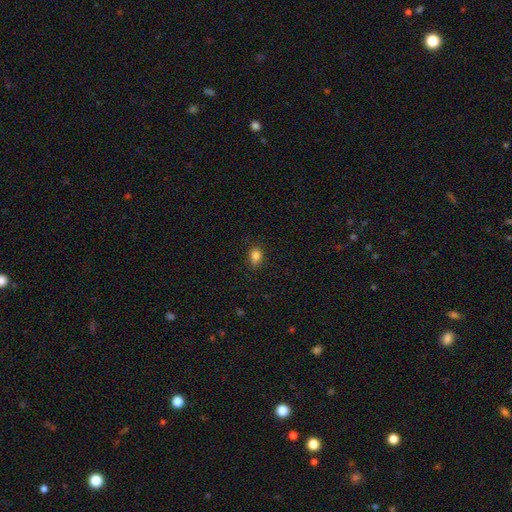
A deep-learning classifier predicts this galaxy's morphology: smooth 82%, star or artifact 12%, featured or disk 6%. Down the decision tree: how rounded — in between (56%); merging — none (76%).